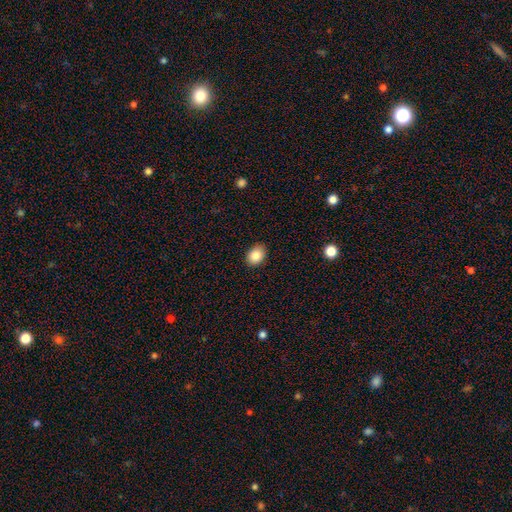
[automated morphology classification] smooth-or-featured: smooth: 85% | star or artifact: 9% | featured or disk: 6%
  how-rounded: in between: 64% | round: 35% | cigar-shaped: 1%
  merging: none: 89% | minor disturbance: 8% | major disturbance: 2% | merger: 1%